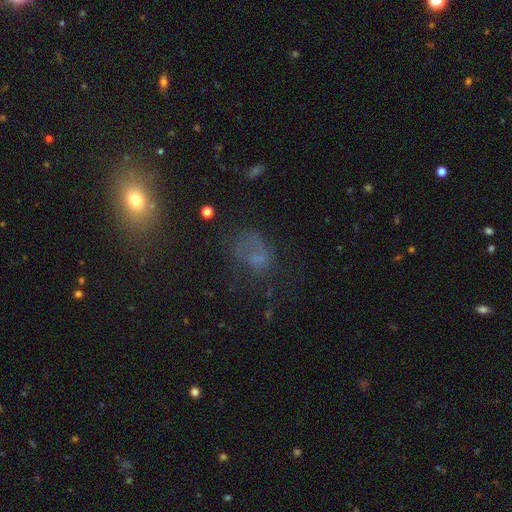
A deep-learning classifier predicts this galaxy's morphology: Overall: smooth (45%; star or artifact 29%). Merging: none (39%; major disturbance 33%).